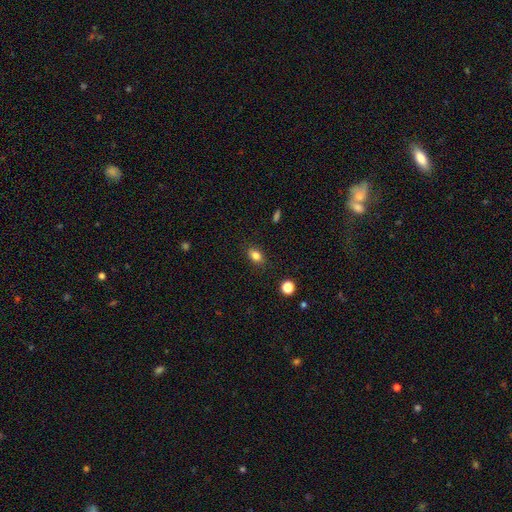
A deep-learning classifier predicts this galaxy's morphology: This appears to be a smooth galaxy with no disk features (82%) that is in between round and cigar-shaped (76%). Merging: none (86%).